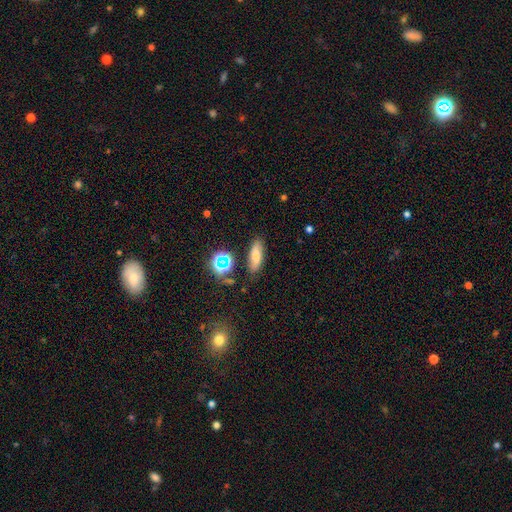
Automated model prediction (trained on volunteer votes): The model was most divided on "how rounded": in between: 56%, cigar-shaped: 36%, round: 8%. More confident: merging — none (80%); smooth or featured — smooth (63%).